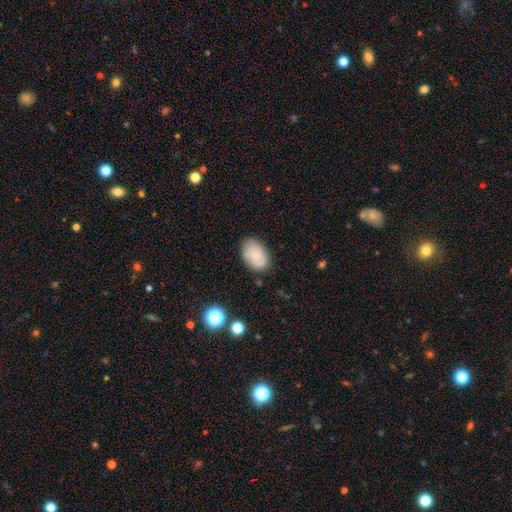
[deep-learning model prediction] smooth_or_featured: smooth (p=0.71) [alt: featured or disk p=0.21]
how_rounded: in between (p=0.85) [alt: round p=0.14]
merging: none (p=0.78) [alt: minor disturbance p=0.17]